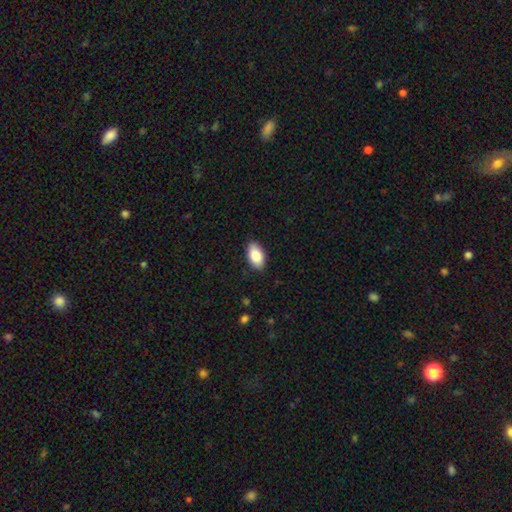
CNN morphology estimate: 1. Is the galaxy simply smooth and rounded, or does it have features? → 85% smooth, 8% featured or disk, 7% star or artifact.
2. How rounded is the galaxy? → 94% in between, 3% round, 2% cigar-shaped.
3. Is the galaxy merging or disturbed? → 88% none, 9% minor disturbance, 2% major disturbance, 1% merger.